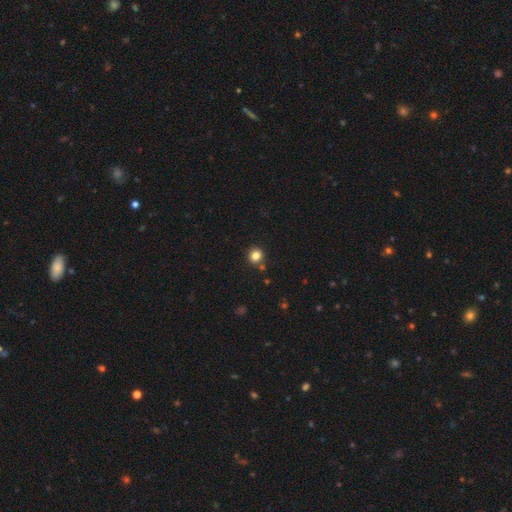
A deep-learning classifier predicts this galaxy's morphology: Smooth or featured: smooth — 82% (star or artifact — 13%)
How rounded: round — 91% (in between — 8%)
Merging: none — 86% (minor disturbance — 7%)